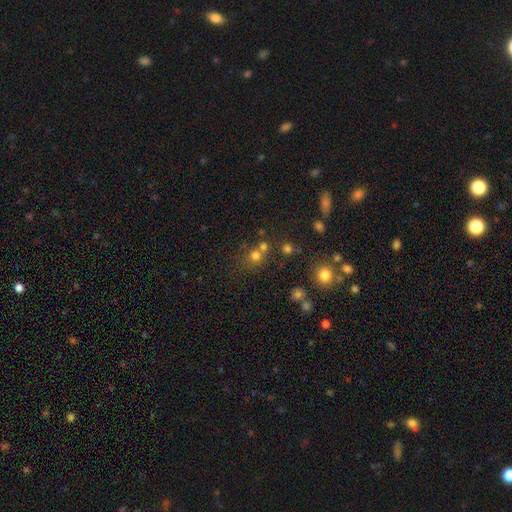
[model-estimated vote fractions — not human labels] Overall: smooth (68%). How rounded: round (83%). Merging: none (53%; merger 34%).